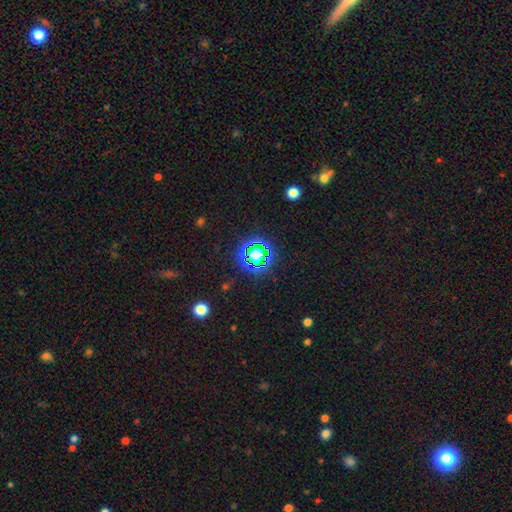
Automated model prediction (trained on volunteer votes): This appears to be a star or artifact, not a galaxy (63%).